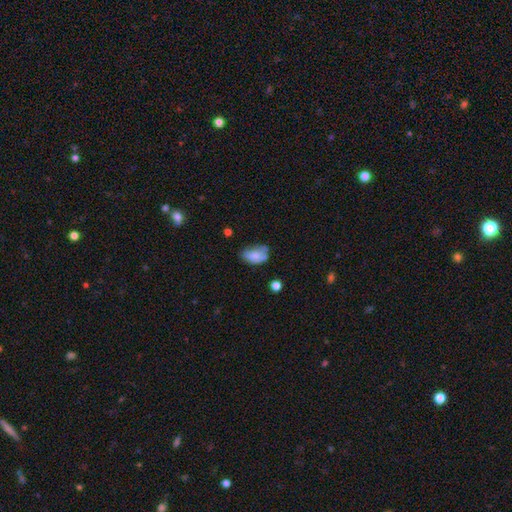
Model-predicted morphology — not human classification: smooth 73%, featured or disk 17%, star or artifact 9%. Down the decision tree: how rounded — in between (85%); merging — none (42%).